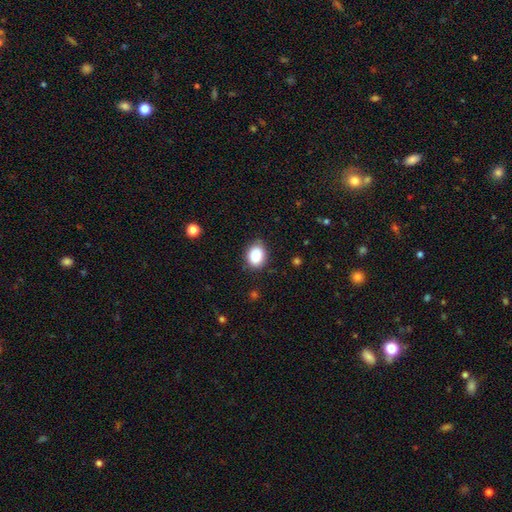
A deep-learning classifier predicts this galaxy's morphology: smooth-or-featured: smooth: 87% | star or artifact: 9% | featured or disk: 5%
  how-rounded: in between: 60% | round: 39% | cigar-shaped: 1%
  merging: none: 83% | minor disturbance: 13% | major disturbance: 3% | merger: 1%